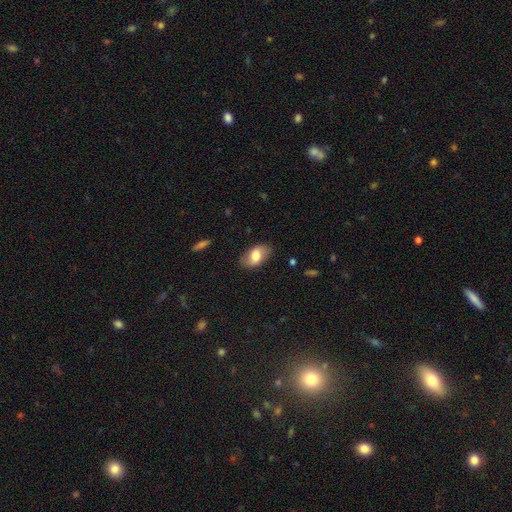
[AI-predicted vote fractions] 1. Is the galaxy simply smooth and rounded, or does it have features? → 66% smooth, 27% featured or disk, 7% star or artifact.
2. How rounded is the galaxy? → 90% in between, 8% round, 2% cigar-shaped.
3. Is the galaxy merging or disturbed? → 81% none, 14% minor disturbance, 4% major disturbance, 1% merger.